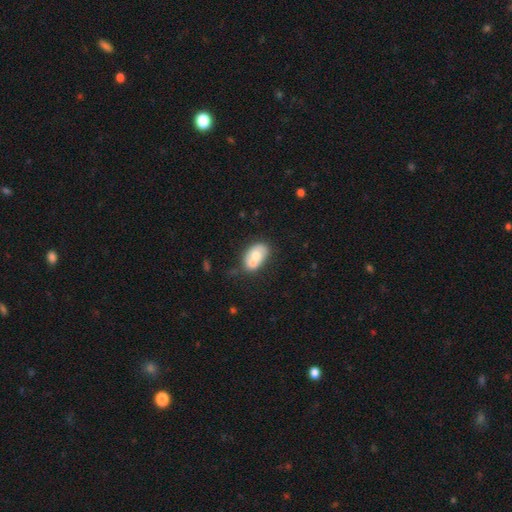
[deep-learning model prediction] smooth_or_featured: smooth (p=0.61) [alt: featured or disk p=0.32]
how_rounded: in between (p=0.80) [alt: round p=0.19]
merging: merger (p=0.56) [alt: none p=0.28]